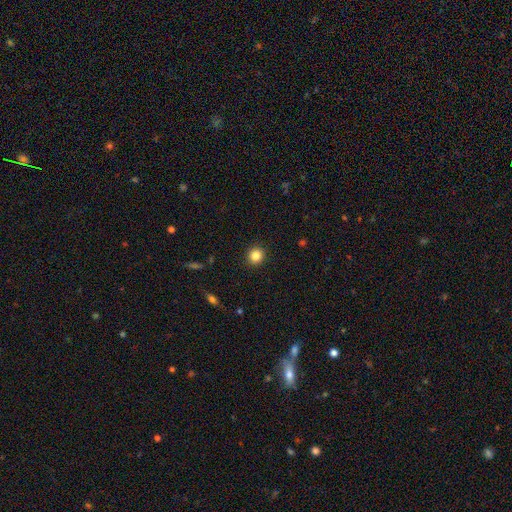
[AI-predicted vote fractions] smooth_or_featured: smooth (p=0.84) [alt: star or artifact p=0.11]
how_rounded: round (p=0.88) [alt: in between p=0.11]
merging: none (p=0.92) [alt: minor disturbance p=0.05]